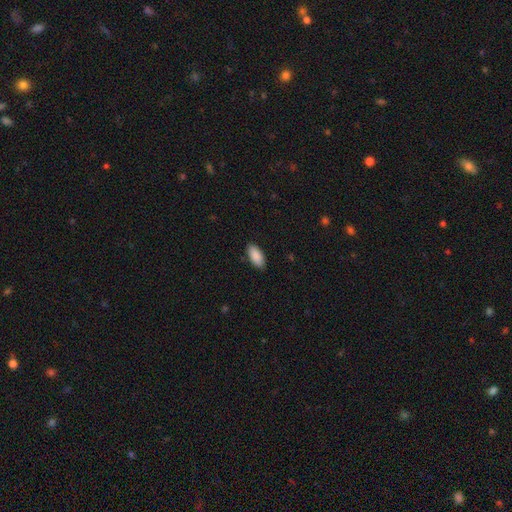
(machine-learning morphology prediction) Smooth or featured? smooth (90%)
How rounded? in between (91%)
Merging? none (88%)